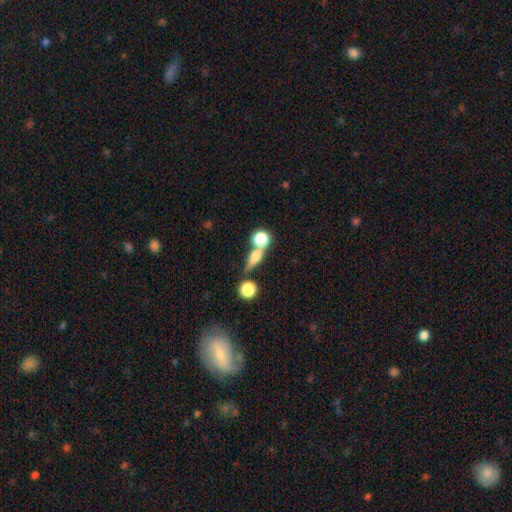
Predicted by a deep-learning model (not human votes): Smooth or featured? smooth (59%)
How rounded? round (42%)
Merging? none (50%)